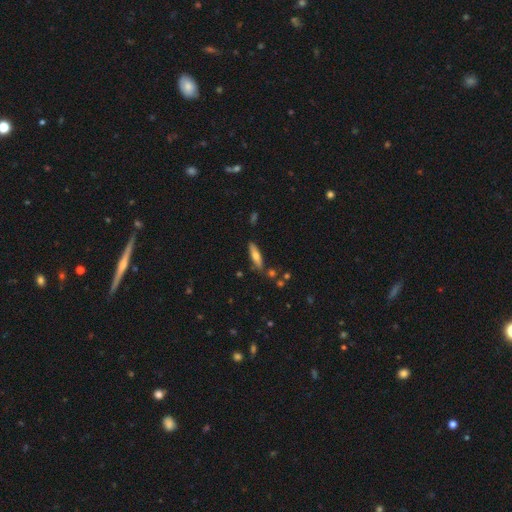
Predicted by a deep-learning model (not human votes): Smooth or featured: smooth — 64% (featured or disk — 28%)
How rounded: cigar-shaped — 68% (in between — 30%)
Merging: none — 80% (minor disturbance — 13%)